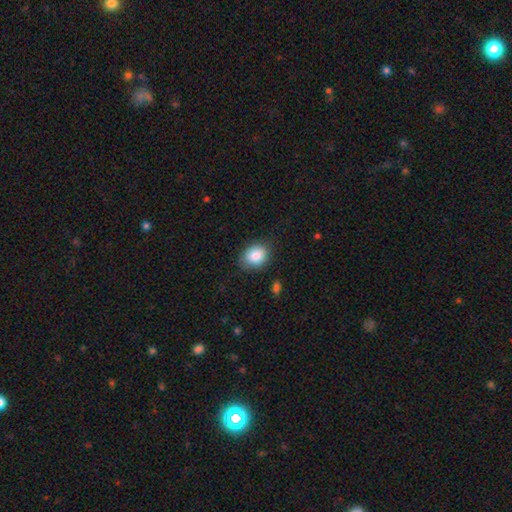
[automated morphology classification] Smooth or featured? smooth (85%)
How rounded? in between (51%)
Merging? none (79%)